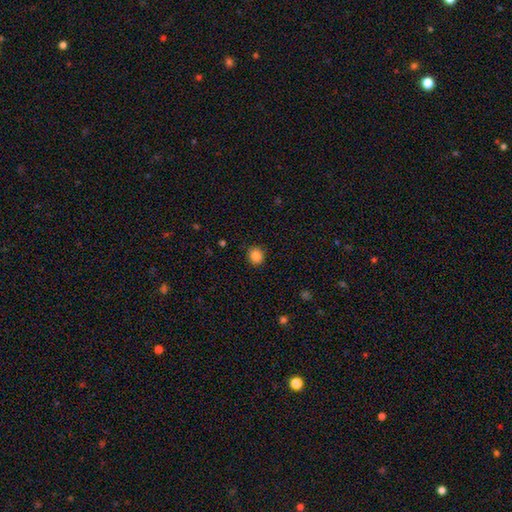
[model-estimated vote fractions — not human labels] This is clearly a smooth galaxy (85%). How rounded: clearly round (84%). Merging: clearly none (90%).